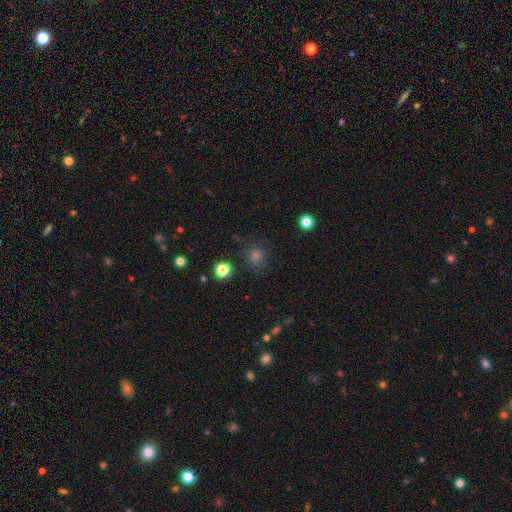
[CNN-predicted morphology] smooth 69%, star or artifact 24%, featured or disk 7%. Down the decision tree: how rounded — round (87%); merging — none (84%).